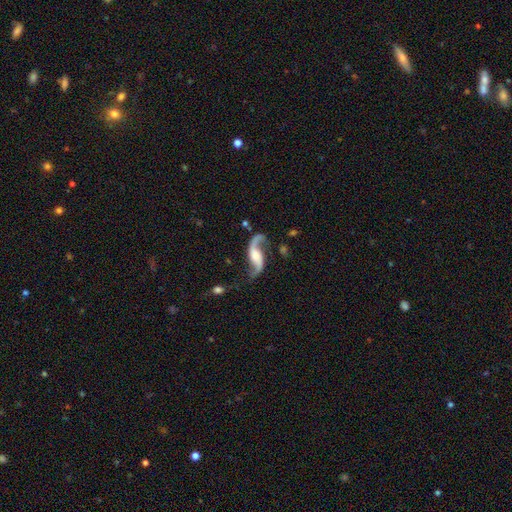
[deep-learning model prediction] Smooth or featured? featured or disk (89%)
Edge-on disk? no (95%)
Bar? no (49%)
Spiral arms? yes (97%)
Spiral winding? loose (84%)
Spiral arm count? 2 (92%)
Bulge size? moderate (28%)
Merging? none (67%)